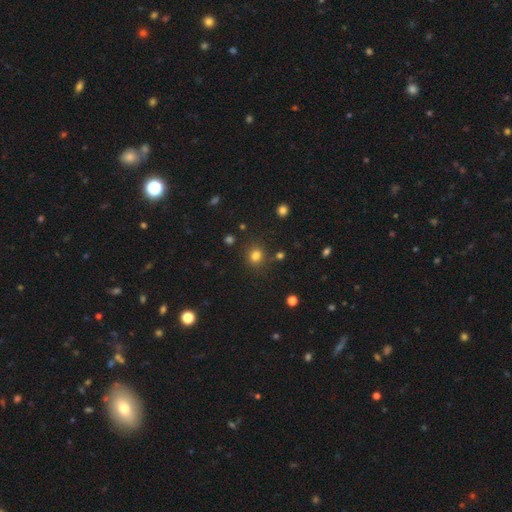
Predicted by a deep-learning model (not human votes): smooth 80%, star or artifact 14%, featured or disk 5%. Down the decision tree: how rounded — round (83%); merging — none (83%).